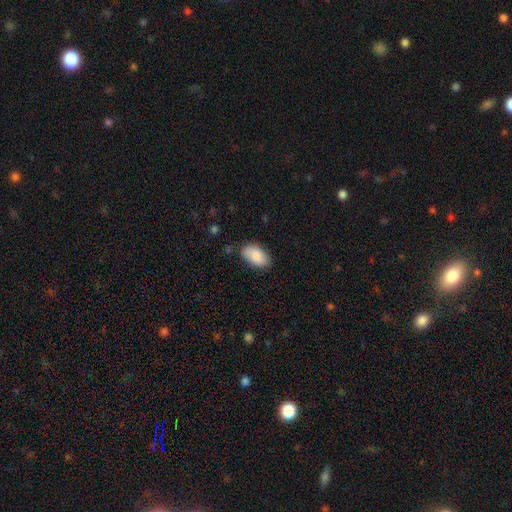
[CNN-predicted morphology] The model was most divided on "merging": none: 78%, minor disturbance: 17%, major disturbance: 3%, merger: 2%. More confident: how rounded — in between (94%); smooth or featured — smooth (86%).